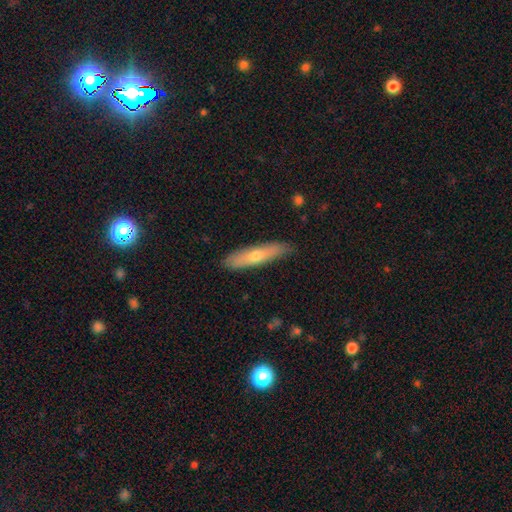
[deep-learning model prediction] Morphology: type=smooth (59%); roundness=cigar-shaped (82%); merging=none (86%).